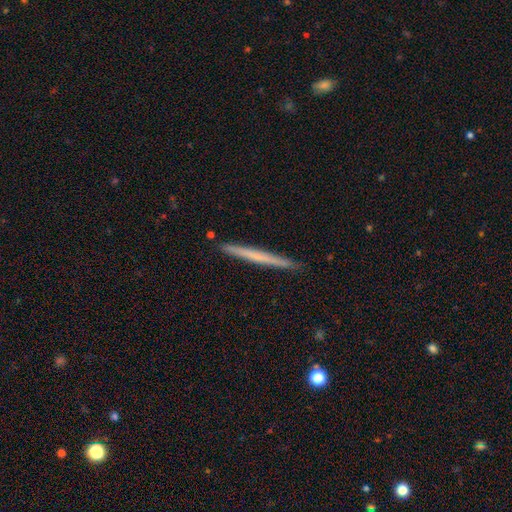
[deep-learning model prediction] Smooth or featured? Predicted: smooth (p=0.53). How rounded? Predicted: cigar-shaped (p=0.97). Merging? Predicted: none (p=0.91).